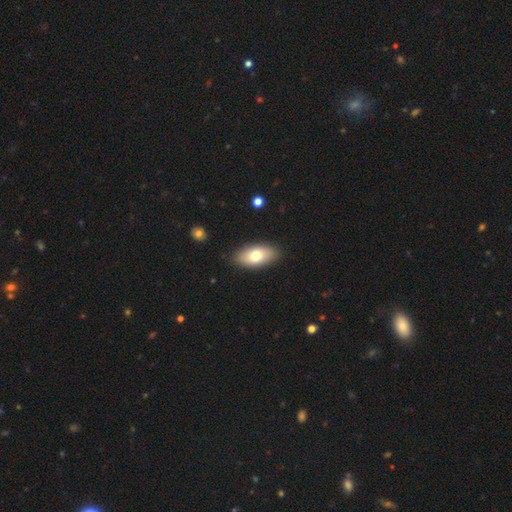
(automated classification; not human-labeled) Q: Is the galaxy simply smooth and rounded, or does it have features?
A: smooth — 74%.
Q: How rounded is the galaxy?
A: in between — 91%.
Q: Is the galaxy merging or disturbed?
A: none — 88%.